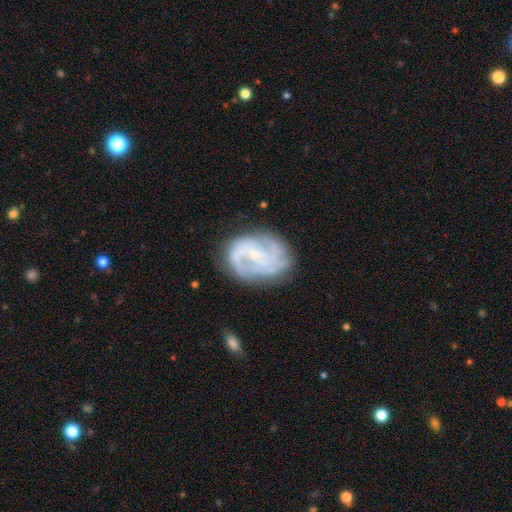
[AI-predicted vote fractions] This is clearly a featured or disk galaxy (83%). It is clearly not viewed edge-on (97%). Bar: possibly no (58%). Spiral arm pattern: clearly yes (94%). Spiral arm count: marginally 2 (32%). Spiral winding: possibly tight (46%). Central bulge: likely small (76%). Merging: likely none (71%).